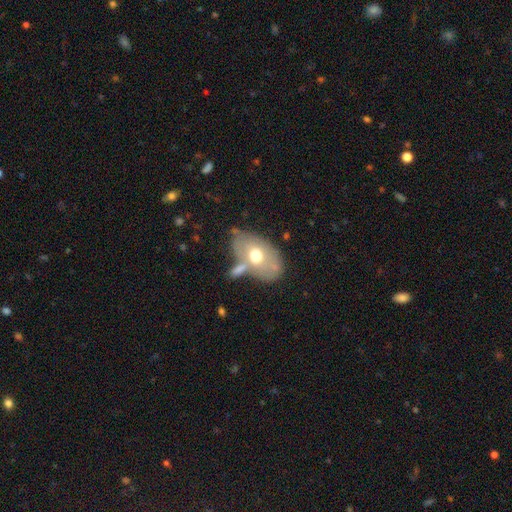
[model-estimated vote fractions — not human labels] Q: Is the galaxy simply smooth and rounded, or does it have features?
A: smooth — 58%.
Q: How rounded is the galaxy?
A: in between — 88%.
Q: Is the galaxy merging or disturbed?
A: none — 51%.